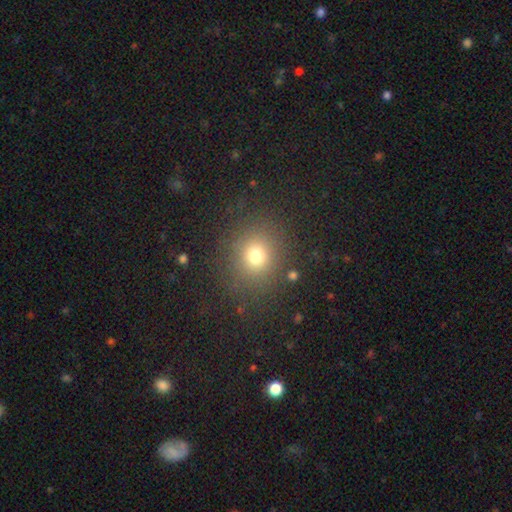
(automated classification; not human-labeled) The model was most divided on "smooth or featured": smooth: 73%, star or artifact: 18%, featured or disk: 9%. More confident: merging — none (83%); how rounded — round (81%).